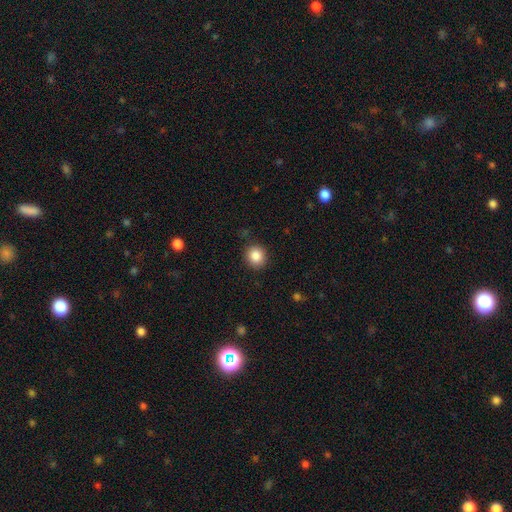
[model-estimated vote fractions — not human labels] Smooth or featured? smooth (87%)
How rounded? round (87%)
Merging? none (89%)